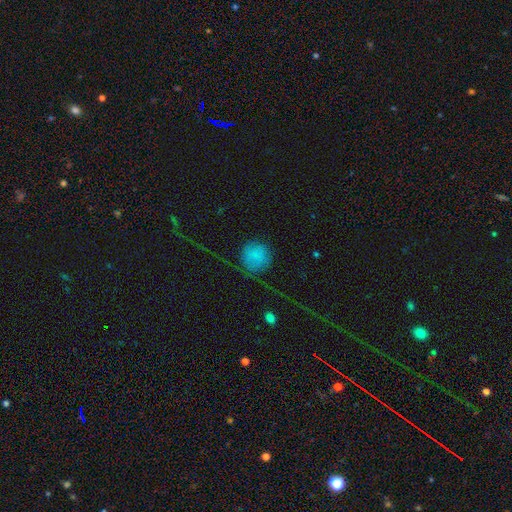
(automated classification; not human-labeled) This appears to be a smooth galaxy with no disk features (77%) that is round (90%). Merging: none (68%).